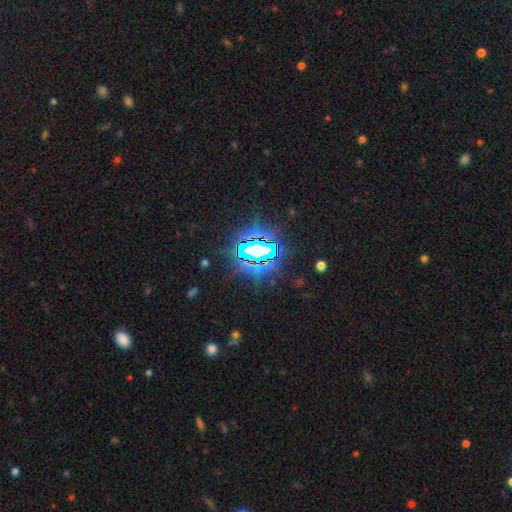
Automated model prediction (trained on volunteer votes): Morphology: type=star or artifact (76%).